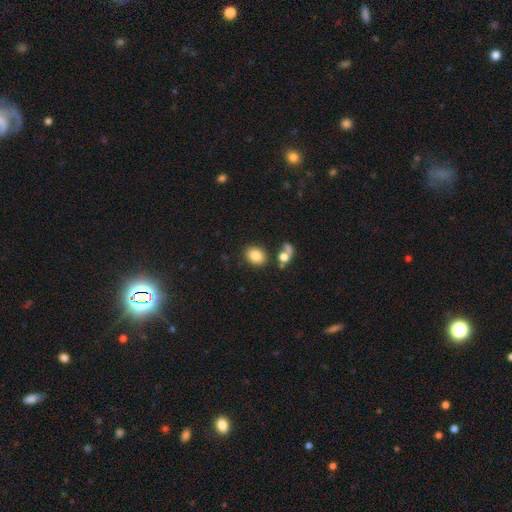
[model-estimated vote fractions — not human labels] smooth_or_featured: smooth (p=0.82) [alt: star or artifact p=0.09]
how_rounded: in between (p=0.62) [alt: round p=0.37]
merging: none (p=0.74) [alt: merger p=0.11]